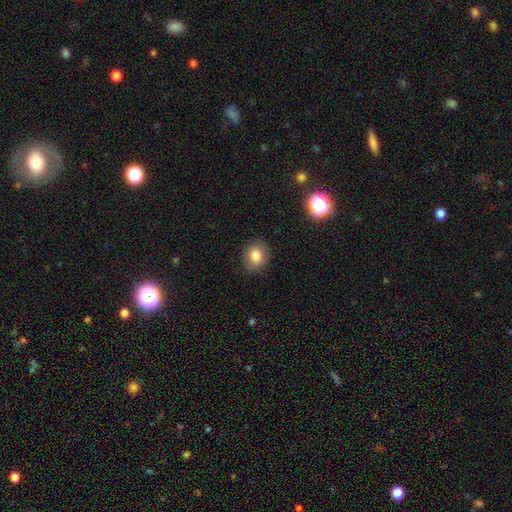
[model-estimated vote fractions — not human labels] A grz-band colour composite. It shows a smooth galaxy with no disk features (80%) that is round (65%). Merging: none (87%).